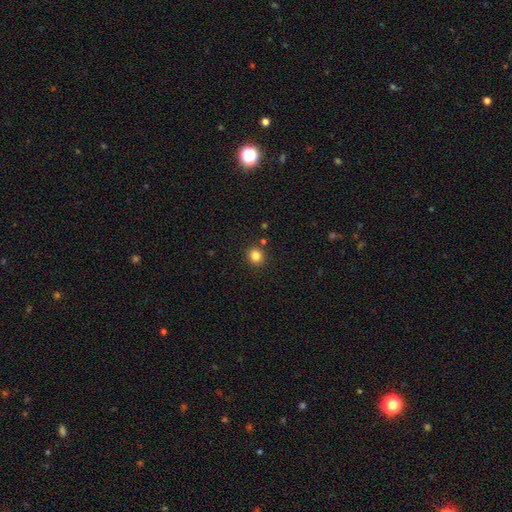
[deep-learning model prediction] A smooth galaxy with no disk features (83%) that is round (84%). Merging: none (87%).